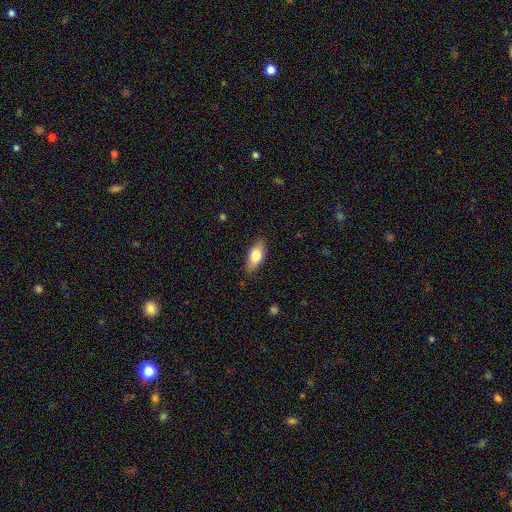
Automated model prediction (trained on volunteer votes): This is likely a smooth galaxy (77%). How rounded: clearly in between (85%). Merging: clearly none (85%).